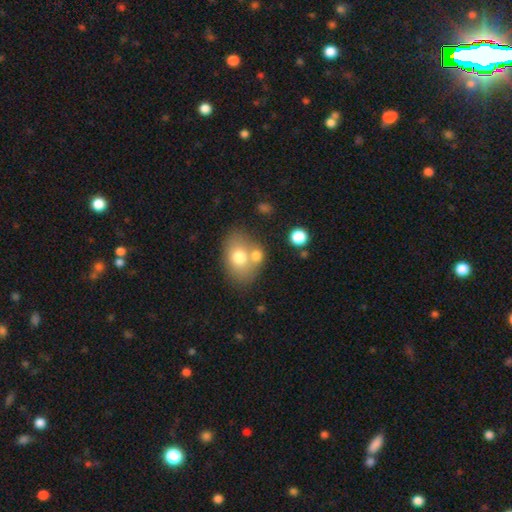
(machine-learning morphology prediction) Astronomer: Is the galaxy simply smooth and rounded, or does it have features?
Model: smooth — 70%.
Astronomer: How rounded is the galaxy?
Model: in between — 68%.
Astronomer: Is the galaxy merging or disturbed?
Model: none — 45% (runner-up: merger, 39%).